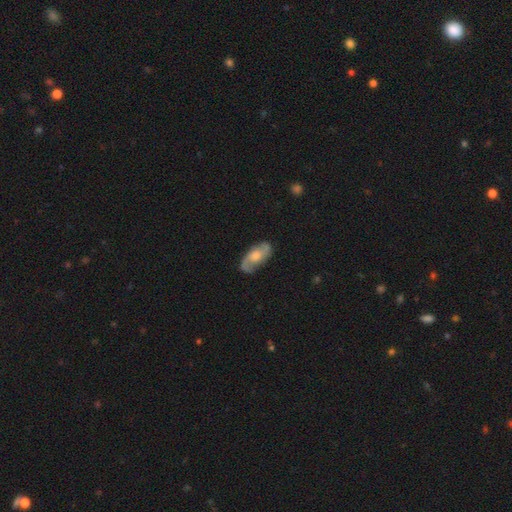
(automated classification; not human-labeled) Smooth or featured: featured or disk — 74% (smooth — 20%)
Edge-on disk: no — 94% (yes — 6%)
Bar: no — 62% (weak — 33%)
Spiral arms: yes — 93% (no — 7%)
Spiral winding: medium — 45% (loose — 37%)
Spiral arm count: 2 — 88% (can't tell — 6%)
Bulge size: moderate — 52% (small — 24%)
Merging: none — 77% (minor disturbance — 16%)